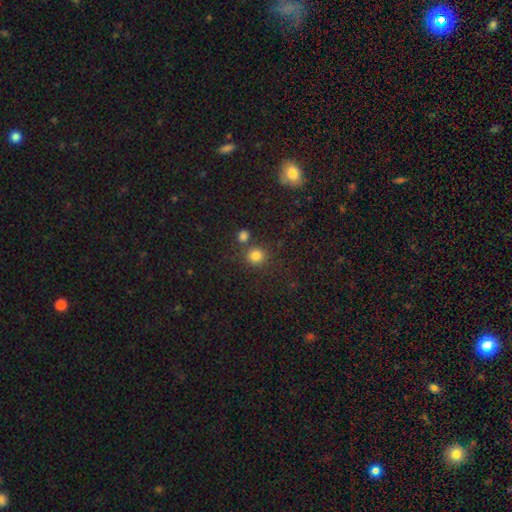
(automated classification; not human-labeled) smooth 81%, star or artifact 14%, featured or disk 5%. Down the decision tree: how rounded — round (89%); merging — none (71%).